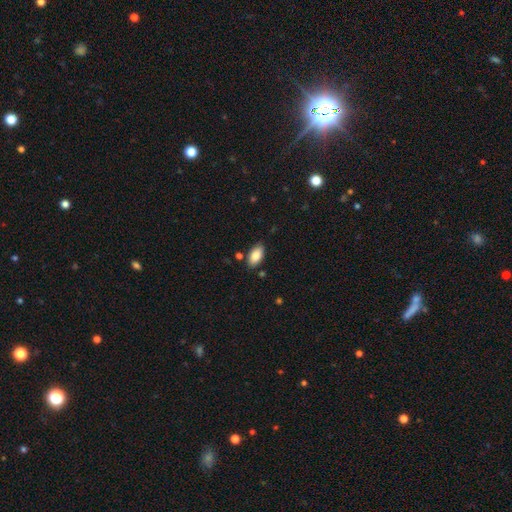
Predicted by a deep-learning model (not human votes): This is clearly a smooth galaxy (86%). How rounded: clearly in between (94%). Merging: clearly none (83%).